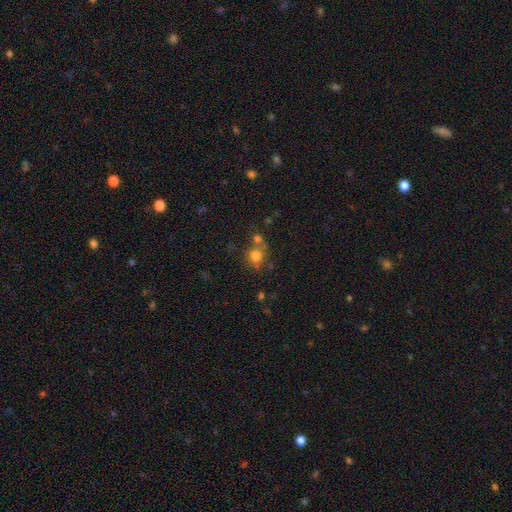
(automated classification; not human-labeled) This appears to be a smooth galaxy with no disk features (76%) that is round (86%). Merging: none (54%).